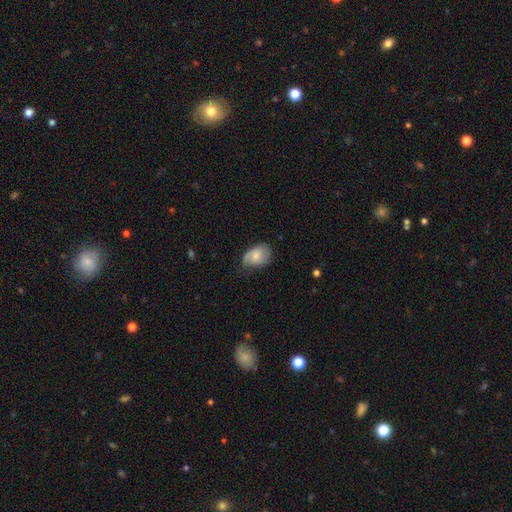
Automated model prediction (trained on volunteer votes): A smooth galaxy with no disk features (54%) that is in between round and cigar-shaped (80%). Merging: none (51%).